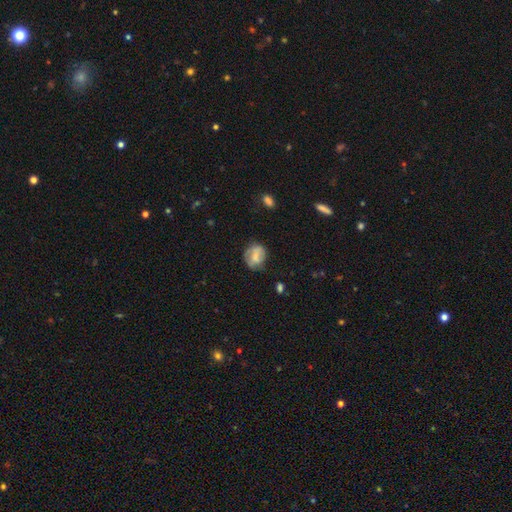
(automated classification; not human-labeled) A smooth galaxy with no disk features (56%) that is round (57%). Merging: none (59%).